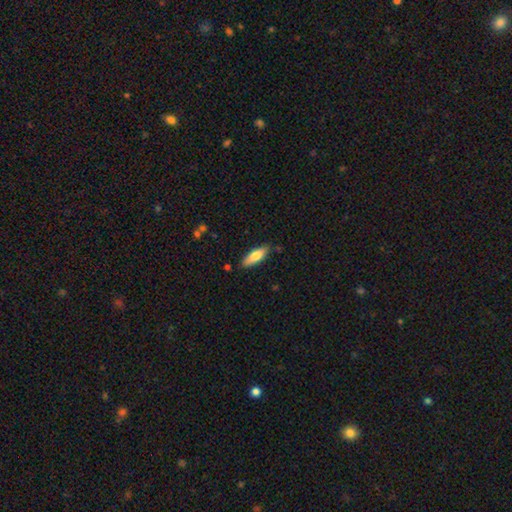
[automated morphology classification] Q: Smooth or featured?
A: smooth (72%); runner-up: featured or disk (23%)
Q: How rounded?
A: in between (50%); runner-up: cigar-shaped (48%)
Q: Merging?
A: none (85%); runner-up: minor disturbance (11%)